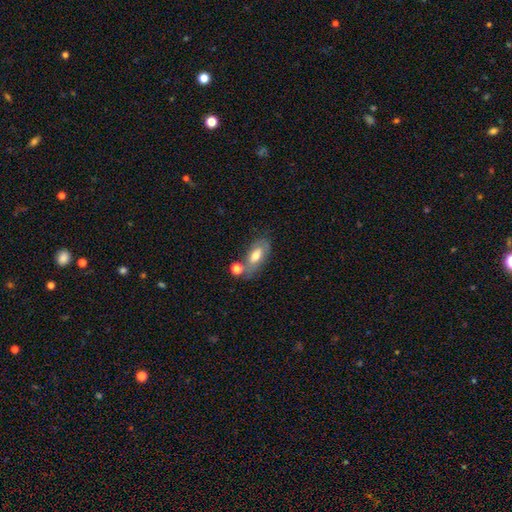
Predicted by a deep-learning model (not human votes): Q: Smooth or featured?
A: smooth (59%); runner-up: featured or disk (33%)
Q: How rounded?
A: in between (83%); runner-up: cigar-shaped (11%)
Q: Merging?
A: none (56%); runner-up: merger (19%)